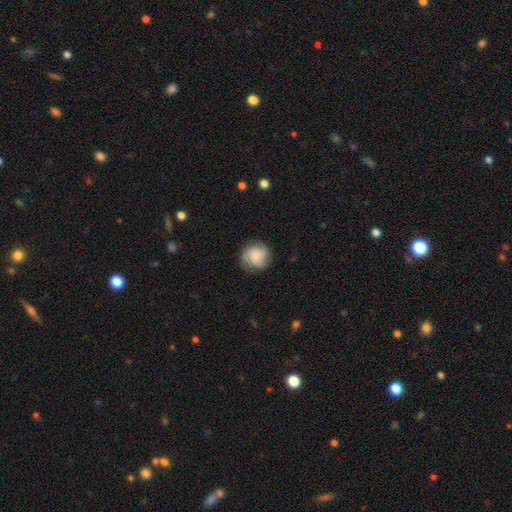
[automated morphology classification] The model was most divided on "bulge size": small: 33%, moderate: 26%, none: 25%, large: 13%, dominant: 3%. More confident: edge-on disk — no (98%); spiral arms — yes (92%); merging — none (72%); bar — no (69%); smooth or featured — featured or disk (54%).